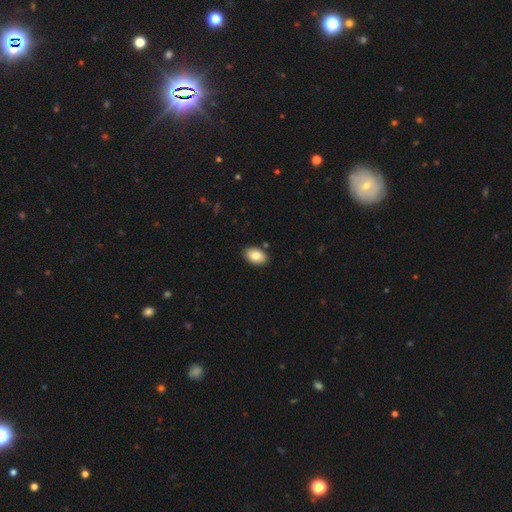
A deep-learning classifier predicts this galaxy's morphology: Smooth or featured: smooth — 83% (featured or disk — 10%)
How rounded: in between — 91% (round — 8%)
Merging: none — 87% (minor disturbance — 9%)